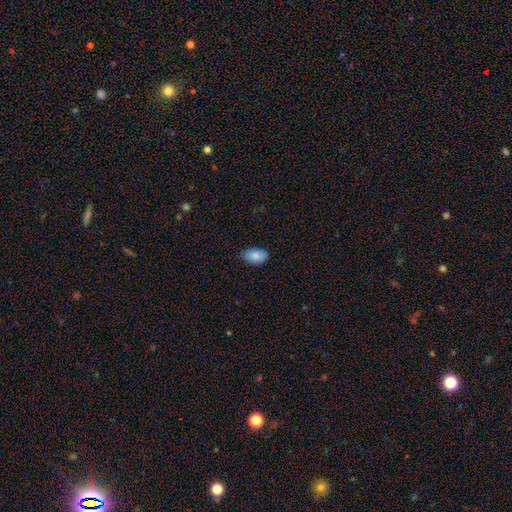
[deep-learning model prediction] Smooth or featured? smooth (87%)
How rounded? in between (92%)
Merging? none (78%)